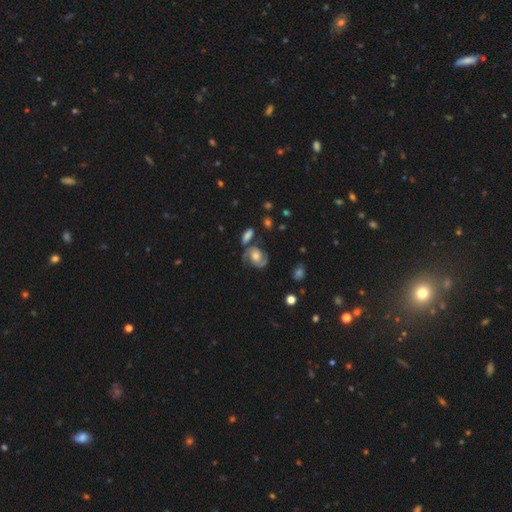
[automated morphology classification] Smooth or featured? Predicted: featured or disk (p=0.79). Edge-on disk? Predicted: no (p=0.97). Bar? Predicted: no (p=0.68). Spiral arms? Predicted: yes (p=0.95). Spiral winding? Predicted: medium (p=0.49). Spiral arm count? Predicted: 2 (p=0.87). Bulge size? Predicted: moderate (p=0.60). Merging? Predicted: none (p=0.65).